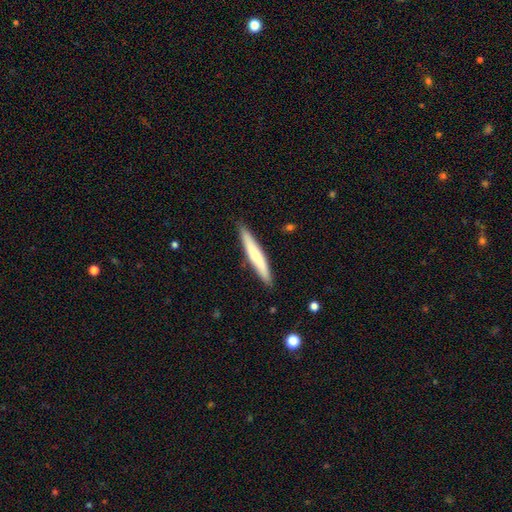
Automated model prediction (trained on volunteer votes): This appears to be a smooth galaxy with no disk features (60%) that is cigar-shaped (94%). Merging: none (88%).